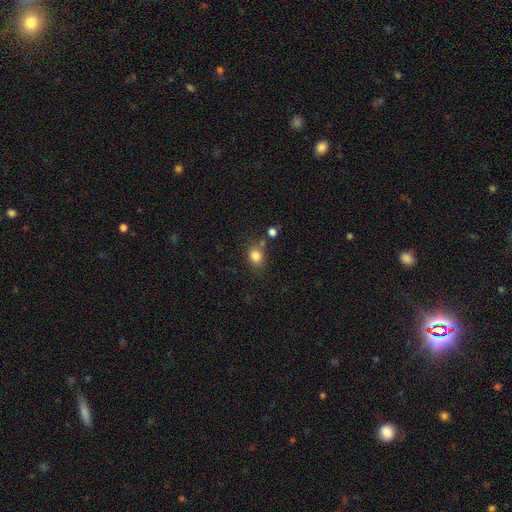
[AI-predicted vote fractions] Smooth or featured: smooth — 82% (star or artifact — 11%)
How rounded: round — 58% (in between — 40%)
Merging: none — 70% (minor disturbance — 15%)